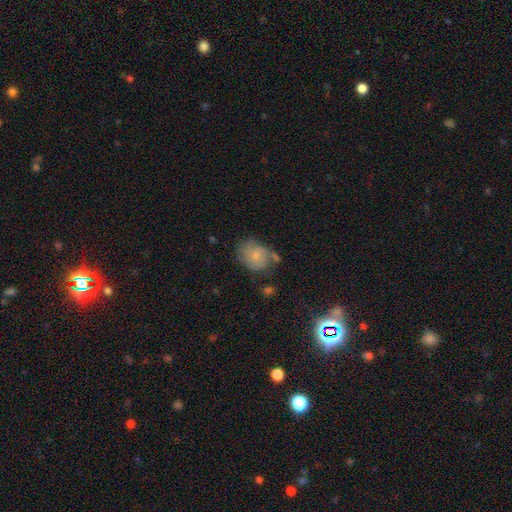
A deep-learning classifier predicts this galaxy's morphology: smooth_or_featured: smooth (p=0.51) [alt: featured or disk p=0.39]
how_rounded: round (p=0.51) [alt: in between p=0.48]
merging: none (p=0.50) [alt: minor disturbance p=0.28]